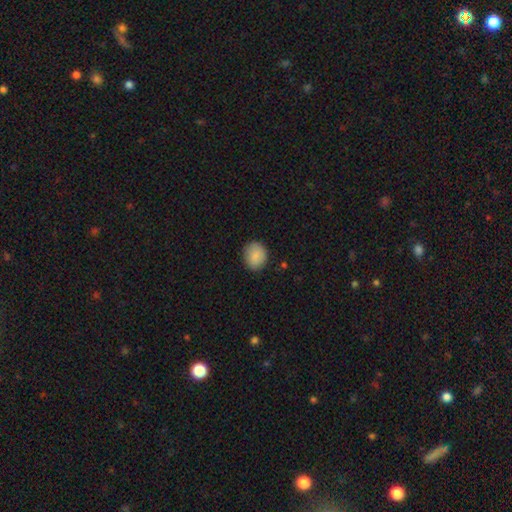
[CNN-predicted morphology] This is clearly a smooth galaxy (88%). How rounded: likely round (67%). Merging: clearly none (85%).